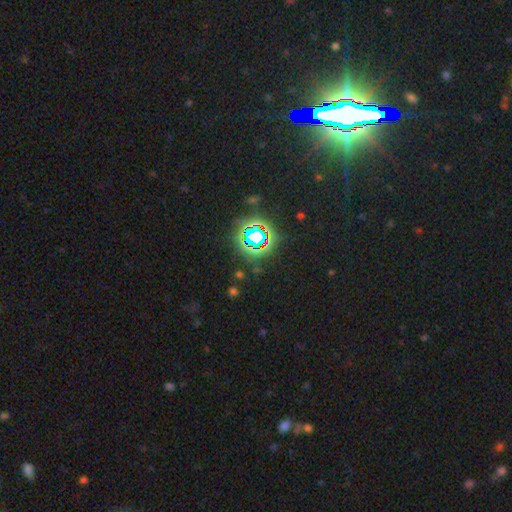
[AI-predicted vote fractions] A star or artifact, not a galaxy (82%).

Vote fractions:
- Smooth or featured? star or artifact: 82% / smooth: 9% / featured or disk: 8%